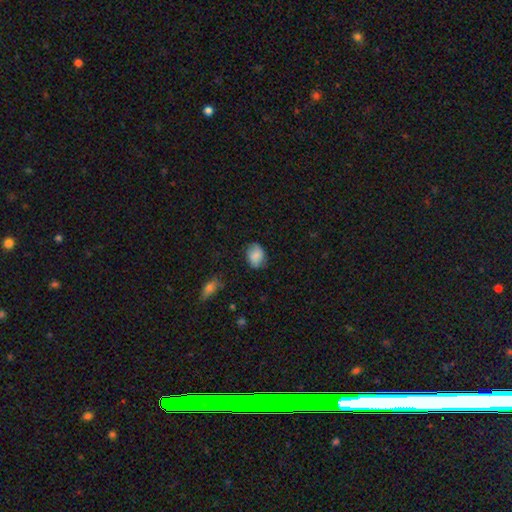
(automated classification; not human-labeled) A smooth galaxy with no disk features (82%) that is in between round and cigar-shaped (62%).

Vote fractions:
- Smooth or featured? smooth: 82% / featured or disk: 10% / star or artifact: 8%
- How rounded? in between: 62% / round: 37% / cigar-shaped: 1%
- Merging? none: 76% / minor disturbance: 18% / major disturbance: 4% / merger: 2%